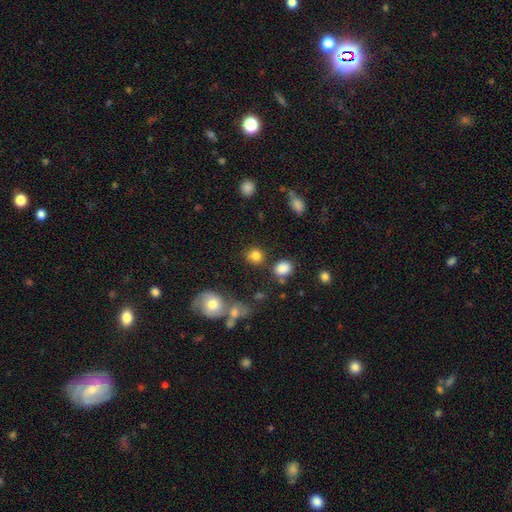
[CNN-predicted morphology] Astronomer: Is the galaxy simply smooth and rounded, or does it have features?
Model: smooth — 82%.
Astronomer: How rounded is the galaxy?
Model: round — 81%.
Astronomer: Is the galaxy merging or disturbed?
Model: none — 76%.